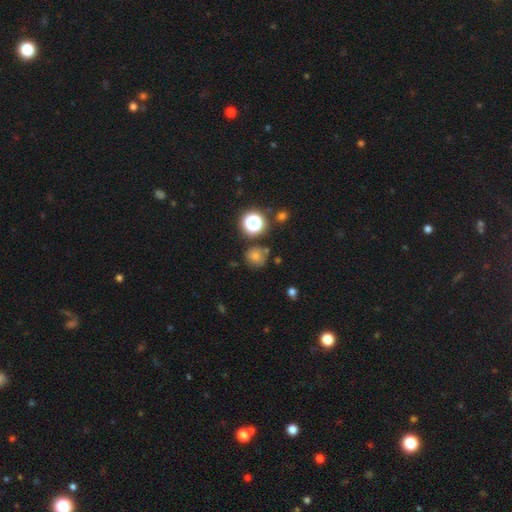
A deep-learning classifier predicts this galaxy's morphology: This is possibly a smooth galaxy (52%). How rounded: clearly round (86%). Merging: likely none (75%).